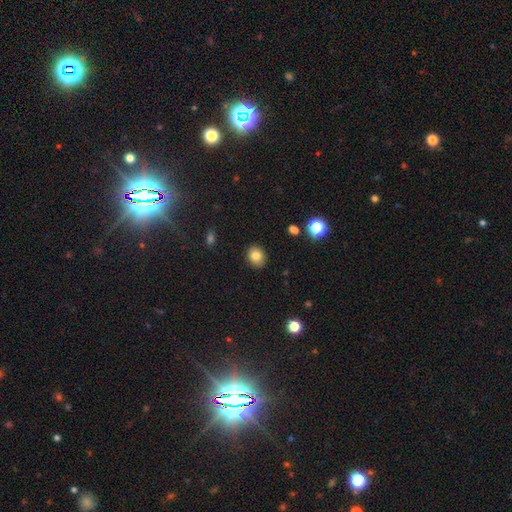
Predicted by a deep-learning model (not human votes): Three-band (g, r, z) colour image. It shows a smooth galaxy with no disk features (81%) that is round (58%). Merging: none (88%).